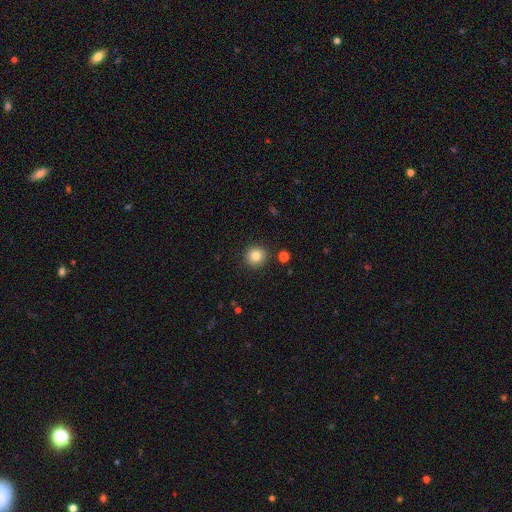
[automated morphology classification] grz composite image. It shows a smooth galaxy with no disk features (83%) that is round (94%). Merging: none (90%).